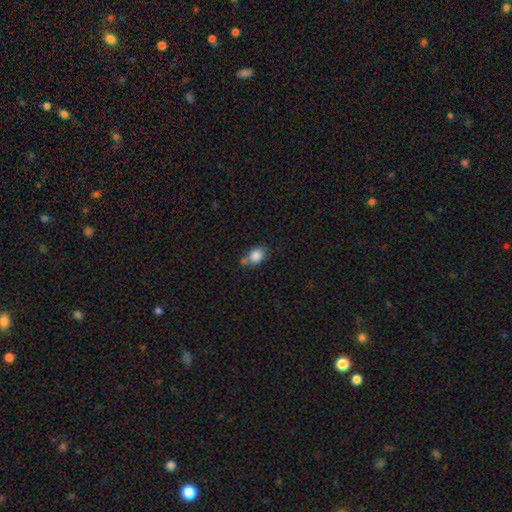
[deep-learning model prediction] The model was most divided on "how rounded": in between: 62%, round: 36%, cigar-shaped: 1%. More confident: smooth or featured — smooth (85%); merging — none (57%).